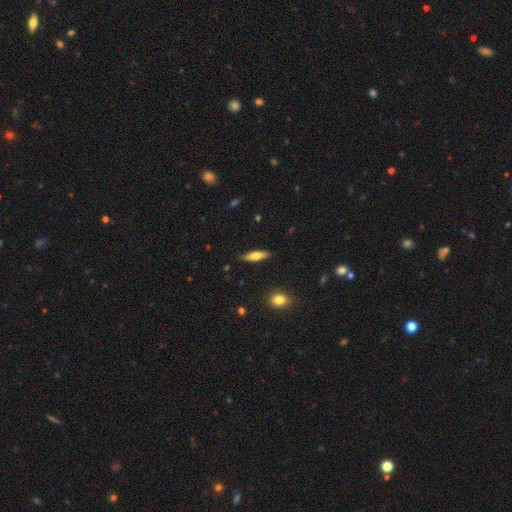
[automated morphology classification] This is likely a smooth galaxy (61%). How rounded: likely cigar-shaped (60%). Merging: clearly none (87%).